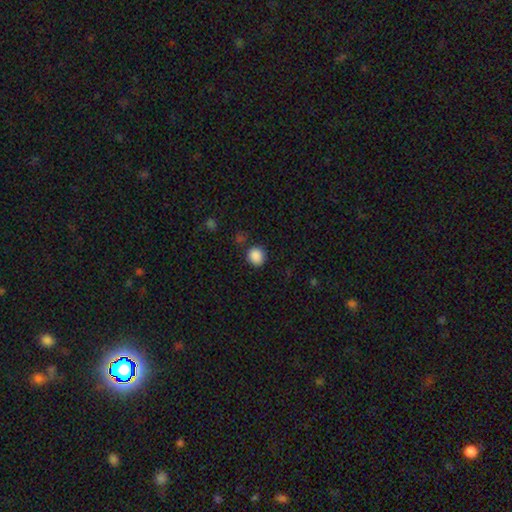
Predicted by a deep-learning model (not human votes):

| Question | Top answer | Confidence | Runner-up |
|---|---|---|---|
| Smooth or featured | smooth | 88% | star or artifact (10%) |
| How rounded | round | 82% | in between (17%) |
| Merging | none | 84% | minor disturbance (10%) |